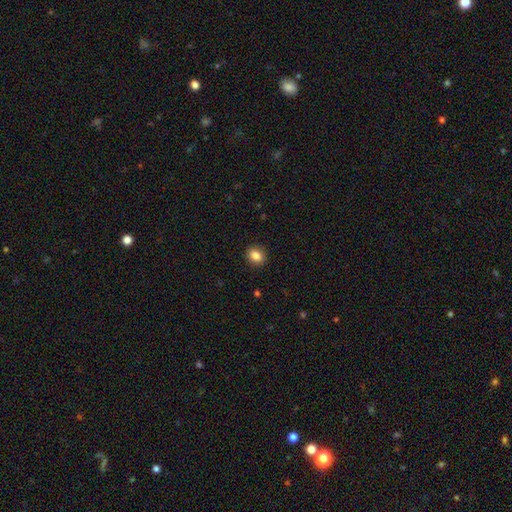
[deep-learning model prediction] A smooth galaxy with no disk features (86%) that is round (56%). Merging: none (91%).